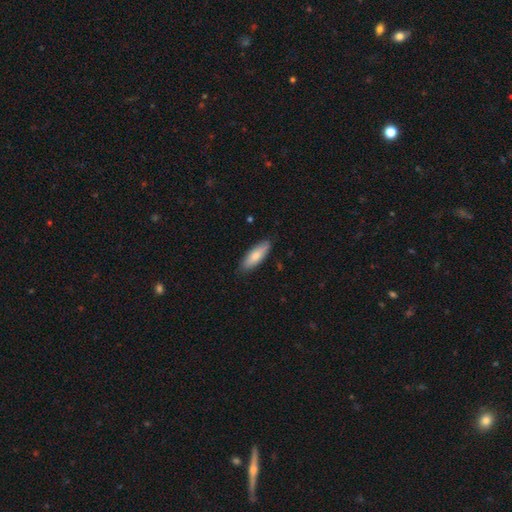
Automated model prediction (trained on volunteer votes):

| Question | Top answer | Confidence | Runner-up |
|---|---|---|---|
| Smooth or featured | smooth | 76% | featured or disk (19%) |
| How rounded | in between | 62% | cigar-shaped (36%) |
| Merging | none | 85% | minor disturbance (12%) |